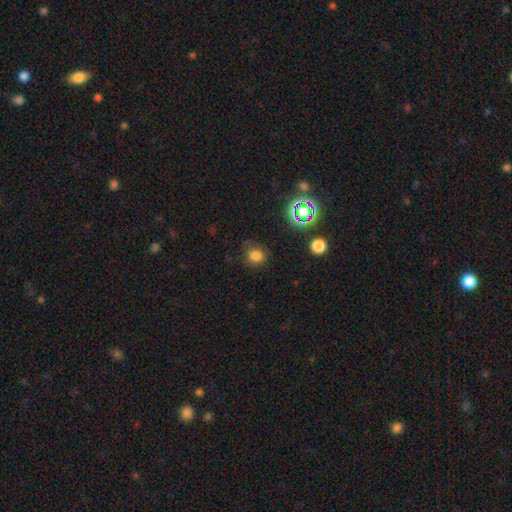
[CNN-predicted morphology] This appears to be a smooth galaxy with no disk features (76%) that is round (69%). Merging: none (76%).